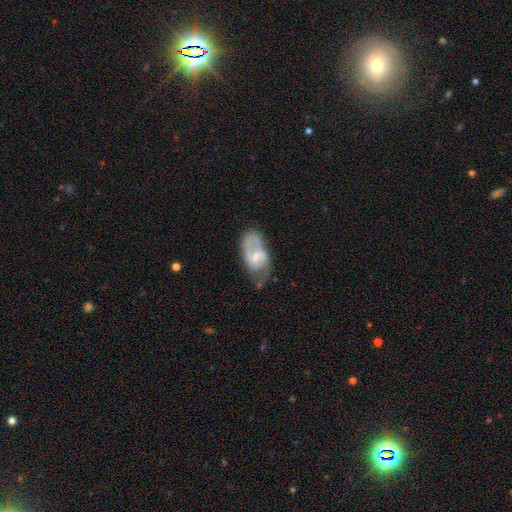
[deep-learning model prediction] This appears to be a featured or disk galaxy (66%) with a weak bar (53%), spiral arms (80%) and a small central bulge (54%). Merging: none (50%).